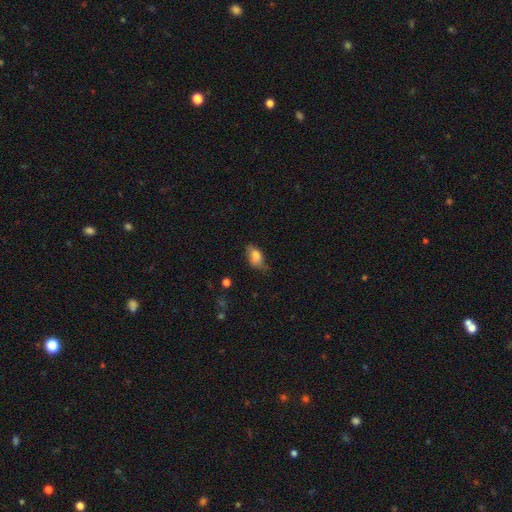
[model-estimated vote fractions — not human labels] A smooth galaxy with no disk features (78%) that is in between round and cigar-shaped (89%). Merging: none (50%).